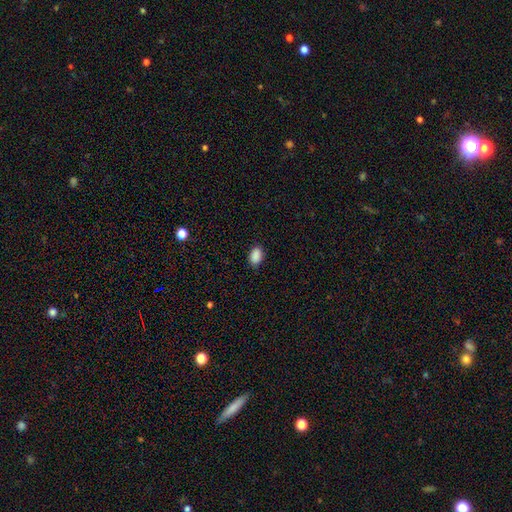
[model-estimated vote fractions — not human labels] A smooth galaxy with no disk features (90%) that is in between round and cigar-shaped (88%). Merging: none (86%).